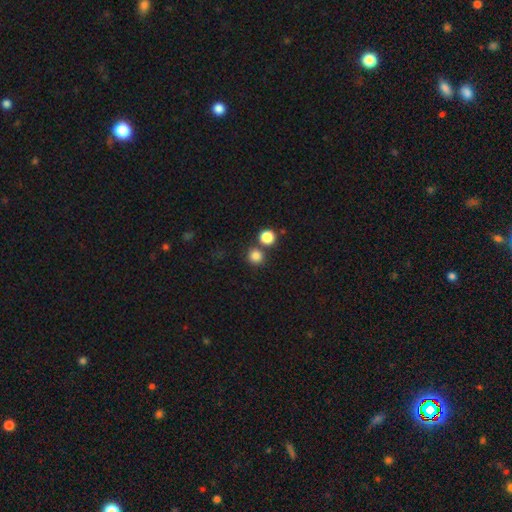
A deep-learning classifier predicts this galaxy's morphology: Smooth or featured: smooth — 83% (star or artifact — 13%)
How rounded: round — 92% (in between — 7%)
Merging: none — 74% (merger — 17%)